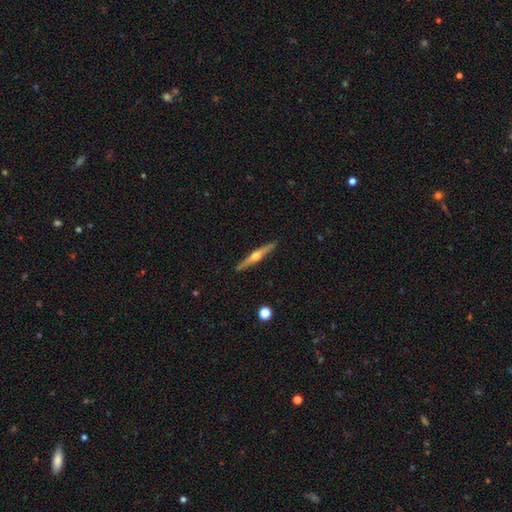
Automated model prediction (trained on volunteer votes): This appears to be a featured or disk galaxy (75%) viewed edge-on (98%) with a rounded central bulge (95%). Merging: none (91%).